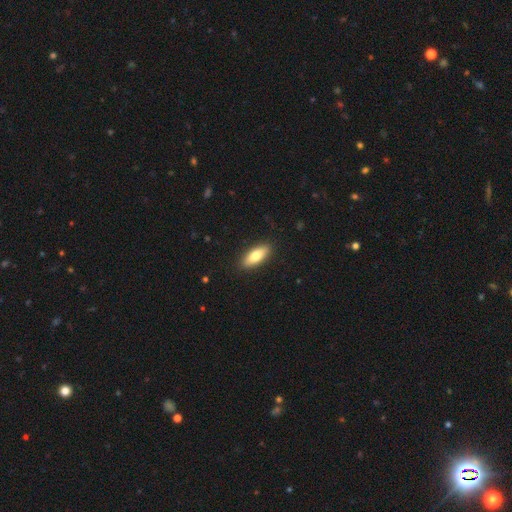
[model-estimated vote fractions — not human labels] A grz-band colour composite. It shows a smooth galaxy with no disk features (77%) that is in between round and cigar-shaped (71%). Merging: none (89%).